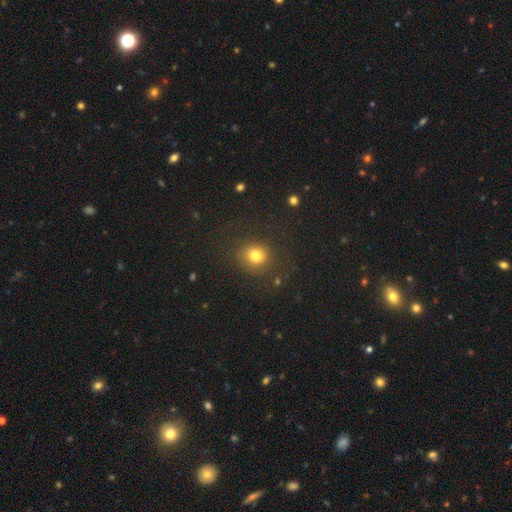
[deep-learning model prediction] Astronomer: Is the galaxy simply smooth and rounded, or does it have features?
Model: smooth — 76%.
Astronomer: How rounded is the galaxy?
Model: round — 82%.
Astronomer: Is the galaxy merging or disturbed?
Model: none — 80%.